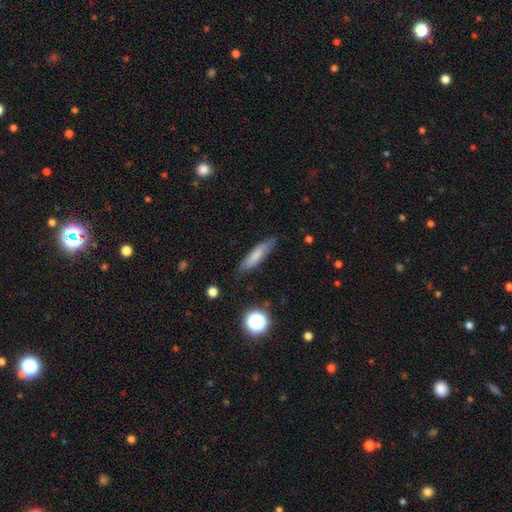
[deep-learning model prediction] smooth-or-featured: smooth: 74% | featured or disk: 18% | star or artifact: 8%
  how-rounded: cigar-shaped: 75% | in between: 23% | round: 2%
  merging: none: 80% | minor disturbance: 16% | major disturbance: 3% | merger: 2%